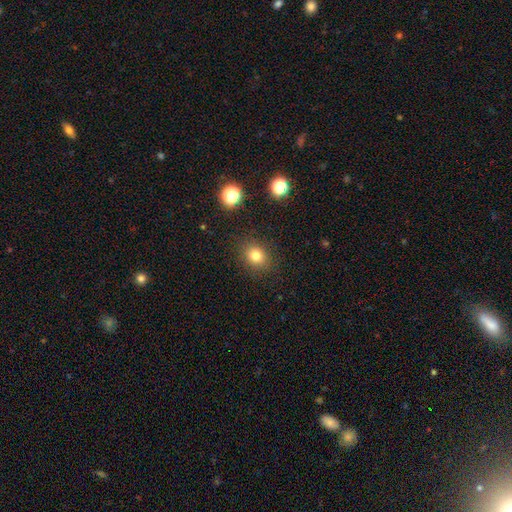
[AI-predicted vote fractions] smooth 79%, star or artifact 13%, featured or disk 7%. Down the decision tree: how rounded — round (61%); merging — none (87%).